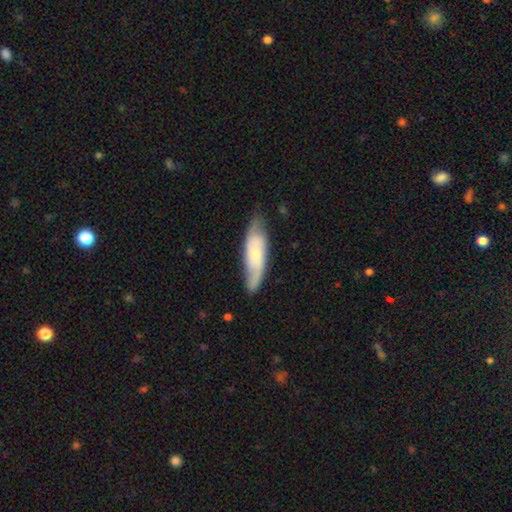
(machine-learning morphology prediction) Smooth or featured? featured or disk (52%)
Edge-on disk? no (75%)
Merging? none (71%)